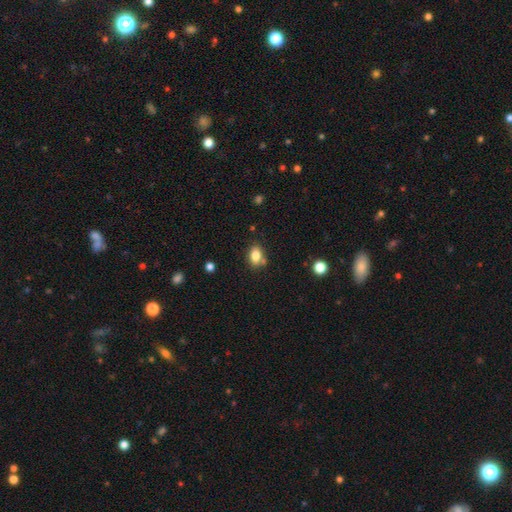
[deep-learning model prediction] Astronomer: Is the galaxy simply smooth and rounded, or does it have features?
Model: smooth — 82%.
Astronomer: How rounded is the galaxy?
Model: in between — 73%.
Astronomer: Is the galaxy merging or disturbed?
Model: none — 69%.